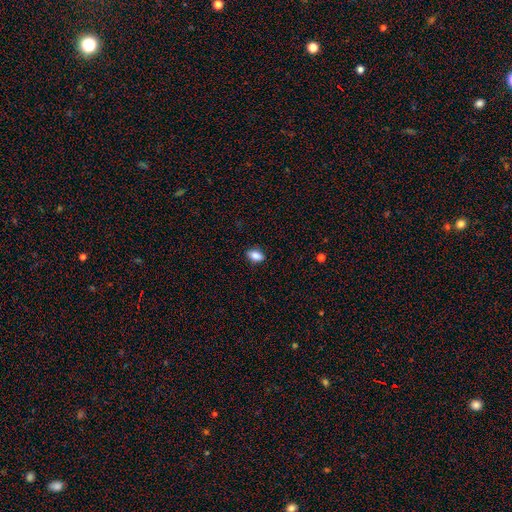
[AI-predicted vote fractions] A smooth galaxy with no disk features (84%) that is in between round and cigar-shaped (85%).

Vote fractions:
- Smooth or featured? smooth: 84% / star or artifact: 8% / featured or disk: 8%
- How rounded? in between: 85% / round: 10% / cigar-shaped: 5%
- Merging? none: 87% / minor disturbance: 10% / major disturbance: 2% / merger: 1%